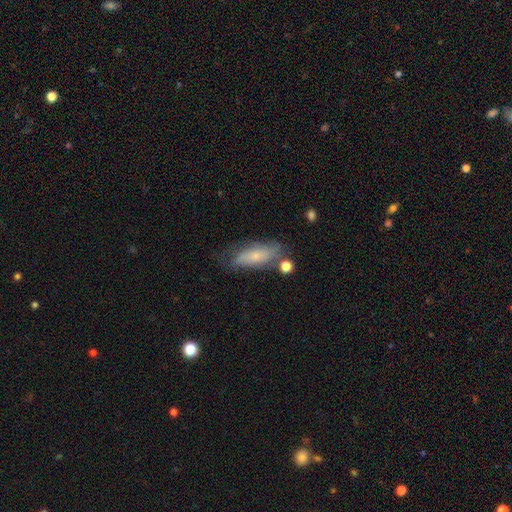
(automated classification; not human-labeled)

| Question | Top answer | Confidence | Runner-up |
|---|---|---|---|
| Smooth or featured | smooth | 58% | featured or disk (34%) |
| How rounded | in between | 64% | cigar-shaped (33%) |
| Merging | none | 60% | minor disturbance (25%) |